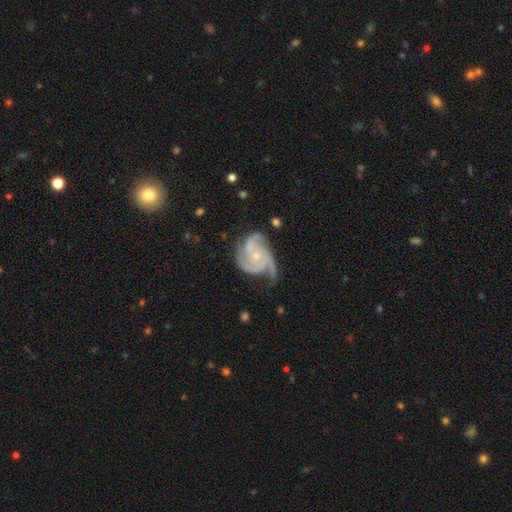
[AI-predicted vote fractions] Smooth or featured? featured or disk (90%)
Edge-on disk? no (98%)
Bar? no (75%)
Spiral arms? yes (98%)
Spiral winding? tight (50%)
Spiral arm count? 3 (68%)
Bulge size? small (68%)
Merging? none (58%)